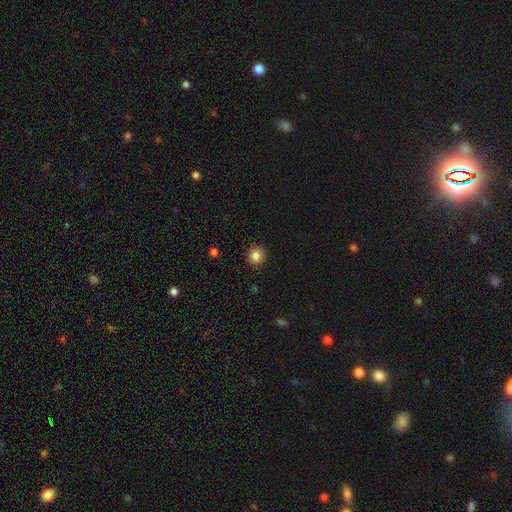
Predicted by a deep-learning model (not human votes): Q: Smooth or featured?
A: smooth (85%); runner-up: star or artifact (11%)
Q: How rounded?
A: round (88%); runner-up: in between (11%)
Q: Merging?
A: none (91%); runner-up: minor disturbance (6%)